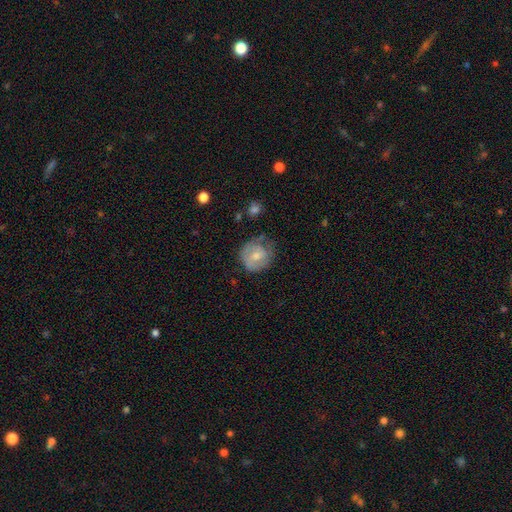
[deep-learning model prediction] Overall: smooth (59%; featured or disk 34%). How rounded: round (82%). Merging: none (53%; minor disturbance 31%).